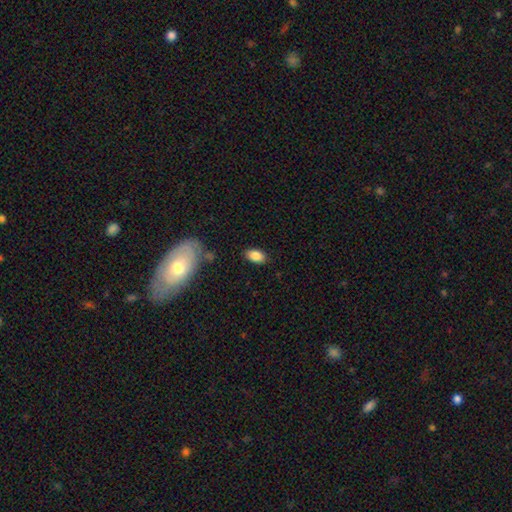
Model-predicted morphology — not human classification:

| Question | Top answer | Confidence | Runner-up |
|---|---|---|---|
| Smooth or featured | smooth | 86% | star or artifact (8%) |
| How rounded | in between | 91% | round (7%) |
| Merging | none | 84% | minor disturbance (11%) |